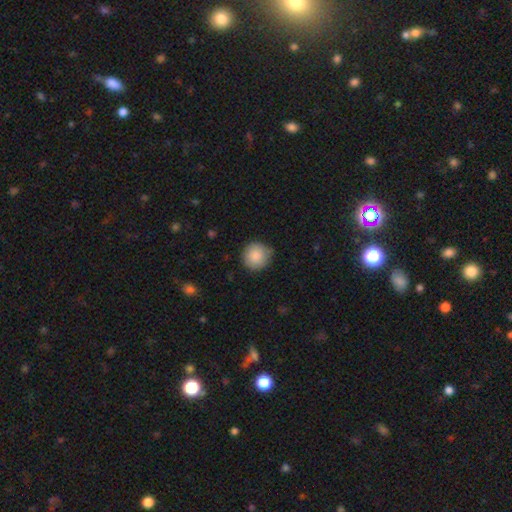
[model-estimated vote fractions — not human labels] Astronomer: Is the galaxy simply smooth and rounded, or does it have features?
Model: smooth — 87%.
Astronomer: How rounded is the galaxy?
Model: round — 94%.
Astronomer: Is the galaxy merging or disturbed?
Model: none — 81%.